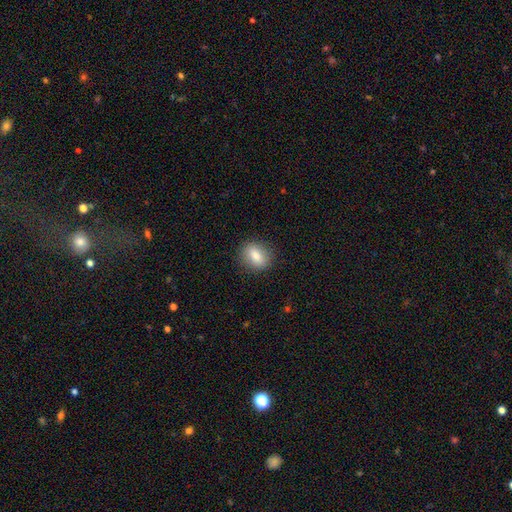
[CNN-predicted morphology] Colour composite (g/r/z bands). It shows a smooth galaxy with no disk features (83%) that is in between round and cigar-shaped (66%). Merging: none (86%).